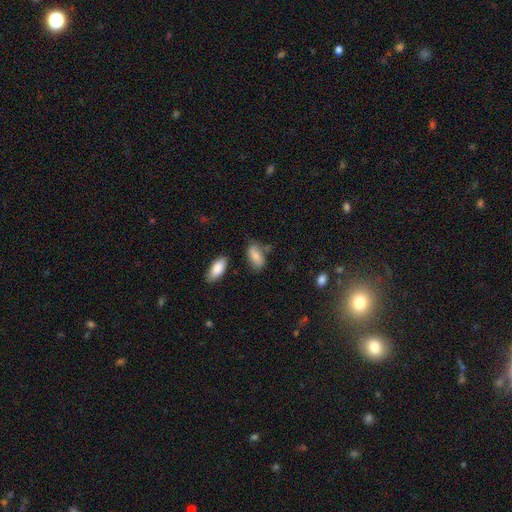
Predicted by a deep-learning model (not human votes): smooth_or_featured: smooth (p=0.79) [alt: featured or disk p=0.14]
how_rounded: in between (p=0.89) [alt: cigar-shaped p=0.08]
merging: none (p=0.60) [alt: minor disturbance p=0.25]